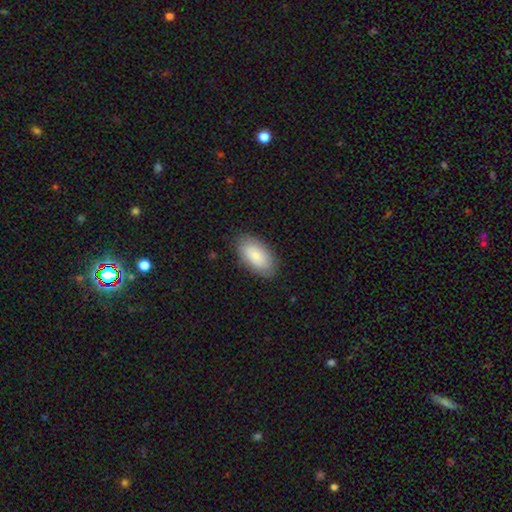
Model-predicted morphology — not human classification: Smooth or featured?
  - smooth: 78% *
  - featured or disk: 16%
  - star or artifact: 6%
How rounded?
  - in between: 95% *
  - round: 3%
  - cigar-shaped: 2%
Merging?
  - none: 83% *
  - minor disturbance: 12%
  - major disturbance: 3%
  - merger: 1%